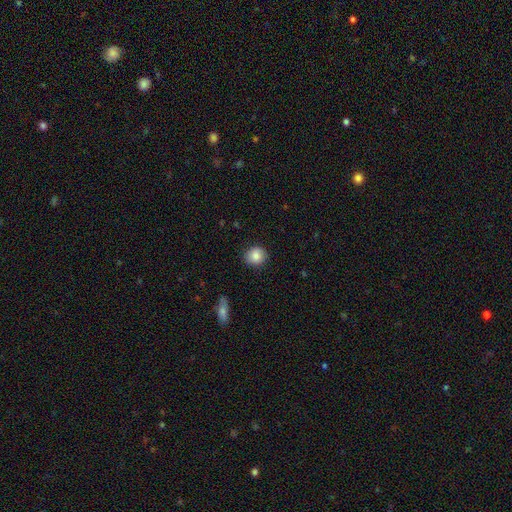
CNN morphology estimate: The model was most divided on "how rounded": round: 85%, in between: 14%, cigar-shaped: 1%. More confident: merging — none (87%); smooth or featured — smooth (85%).